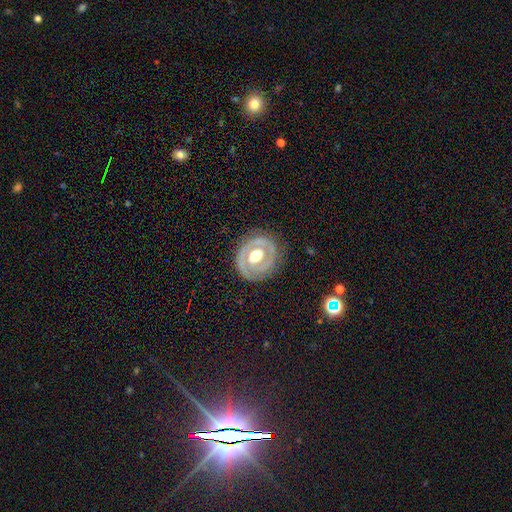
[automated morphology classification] smooth-or-featured: featured or disk: 74% | smooth: 21% | star or artifact: 5%
  disk-edge-on: no: 96% | yes: 4%
    bar: no: 63% | weak: 26% | strong: 11%
    has-spiral-arms: no: 52% | yes: 48%
    bulge-size: moderate: 64% | large: 28% | small: 5% | dominant: 2% | none: 1%
  merging: none: 80% | minor disturbance: 14% | major disturbance: 5% | merger: 1%